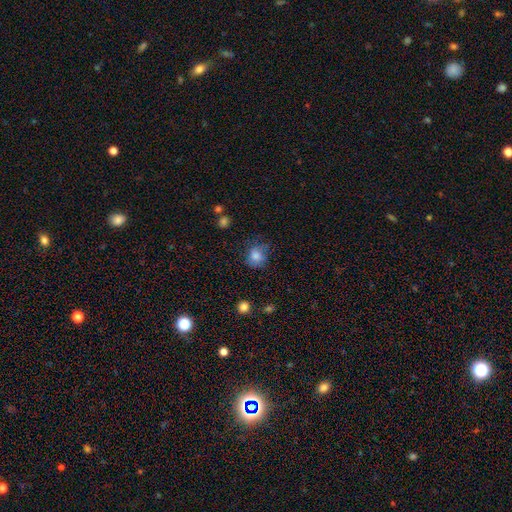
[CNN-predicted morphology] smooth_or_featured: smooth (p=0.78) [alt: star or artifact p=0.11]
how_rounded: round (p=0.73) [alt: in between p=0.26]
merging: none (p=0.64) [alt: minor disturbance p=0.24]